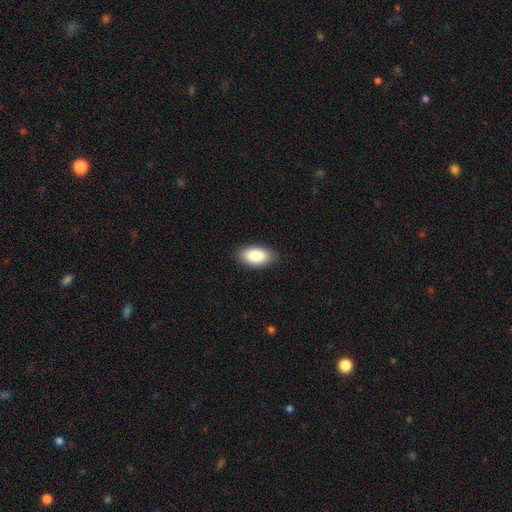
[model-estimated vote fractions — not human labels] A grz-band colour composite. It shows a smooth galaxy with no disk features (88%) that is in between round and cigar-shaped (95%). Merging: none (89%).